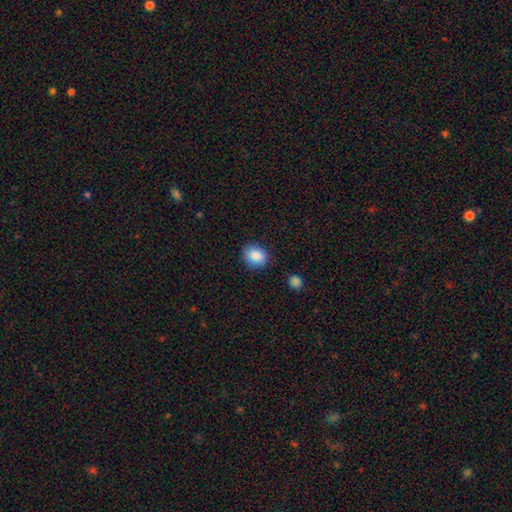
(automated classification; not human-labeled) Overall: smooth (88%). How rounded: round (65%; in between 34%). Merging: none (84%).